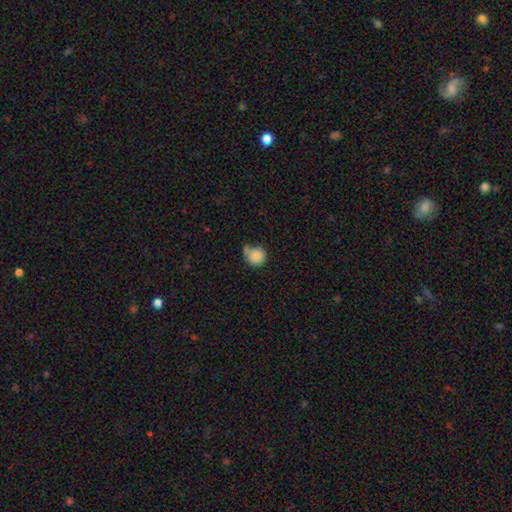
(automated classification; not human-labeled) smooth_or_featured: smooth (p=0.84) [alt: featured or disk p=0.08]
how_rounded: round (p=0.88) [alt: in between p=0.11]
merging: none (p=0.46) [alt: minor disturbance p=0.27]